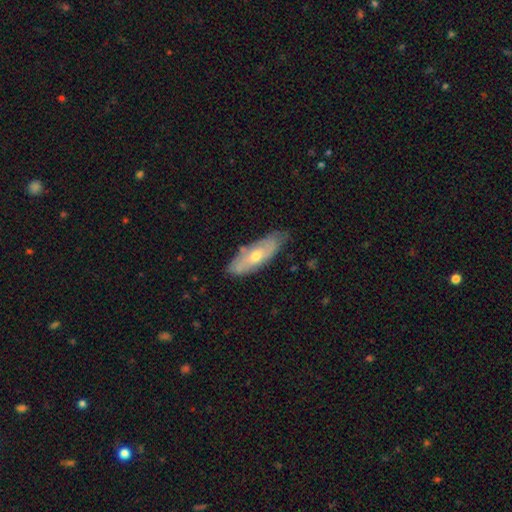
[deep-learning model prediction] A featured or disk galaxy (52%). Merging: none (71%).